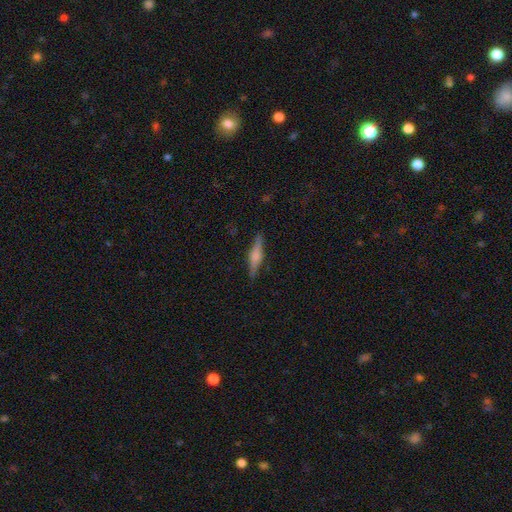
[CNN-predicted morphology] smooth_or_featured: featured or disk (p=0.55) [alt: smooth p=0.37]
disk_edge_on: yes (p=0.97) [alt: no p=0.03]
edge_on_bulge: rounded (p=0.69) [alt: boxy p=0.24]
merging: none (p=0.87) [alt: minor disturbance p=0.09]